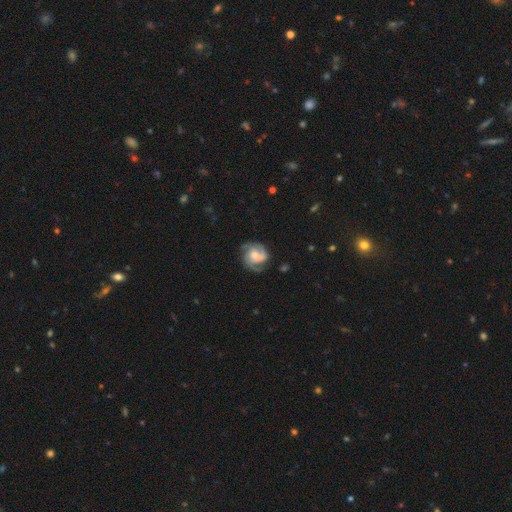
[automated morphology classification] The model was most divided on "spiral winding": medium: 46%, tight: 42%, loose: 12%. Remaining: edge-on disk — no (98%); spiral arms — yes (97%); smooth or featured — featured or disk (84%); merging — none (70%); bar — no (58%); bulge size — moderate (48%); spiral arm count — 3 (45%).